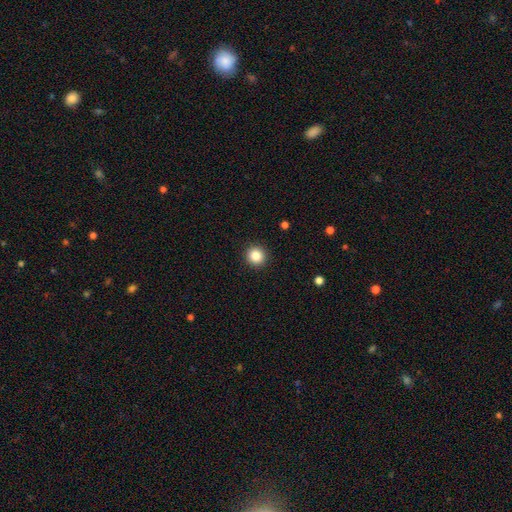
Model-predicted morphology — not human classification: This is clearly a smooth galaxy (85%). How rounded: clearly round (94%). Merging: clearly none (93%).